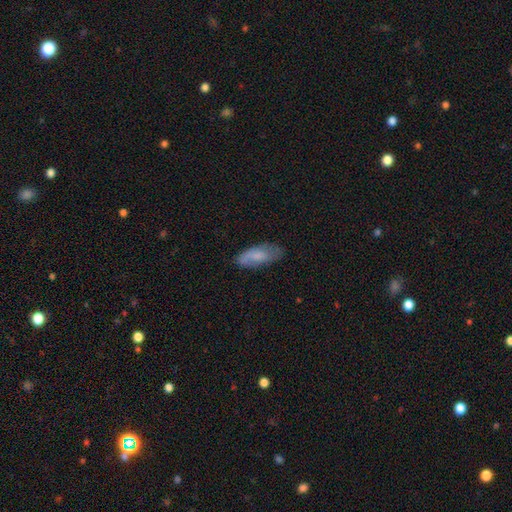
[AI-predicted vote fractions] Smooth or featured? smooth (70%)
How rounded? in between (77%)
Merging? none (71%)